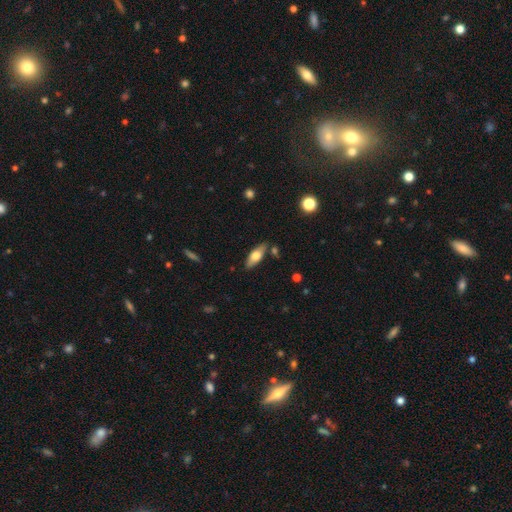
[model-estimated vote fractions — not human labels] A smooth galaxy with no disk features (60%) that is in between round and cigar-shaped (68%).

Vote fractions:
- Smooth or featured? smooth: 60% / featured or disk: 33% / star or artifact: 6%
- How rounded? in between: 68% / cigar-shaped: 30% / round: 3%
- Merging? none: 81% / minor disturbance: 12% / merger: 4% / major disturbance: 2%